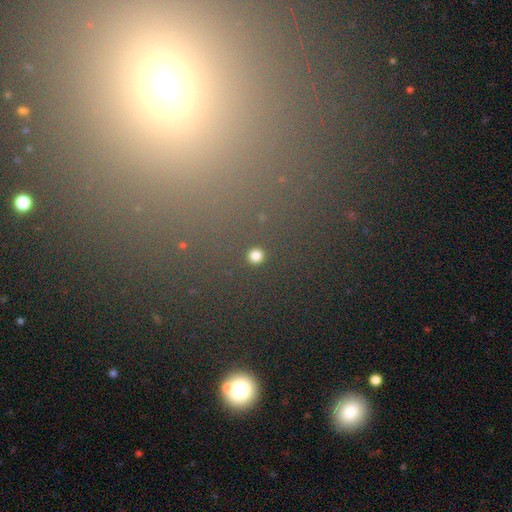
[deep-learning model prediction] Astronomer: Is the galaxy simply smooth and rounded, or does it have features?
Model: smooth — 80%.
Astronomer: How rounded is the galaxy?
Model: round — 92%.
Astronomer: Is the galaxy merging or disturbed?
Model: none — 91%.